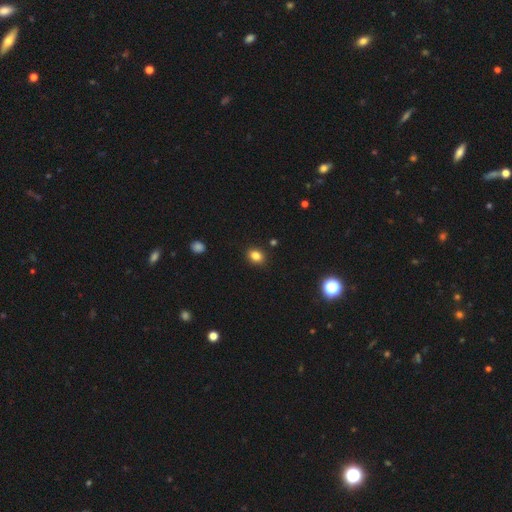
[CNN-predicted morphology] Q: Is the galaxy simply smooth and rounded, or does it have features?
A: smooth — 83%.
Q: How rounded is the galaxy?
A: in between — 51%.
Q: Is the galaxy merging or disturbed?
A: none — 89%.